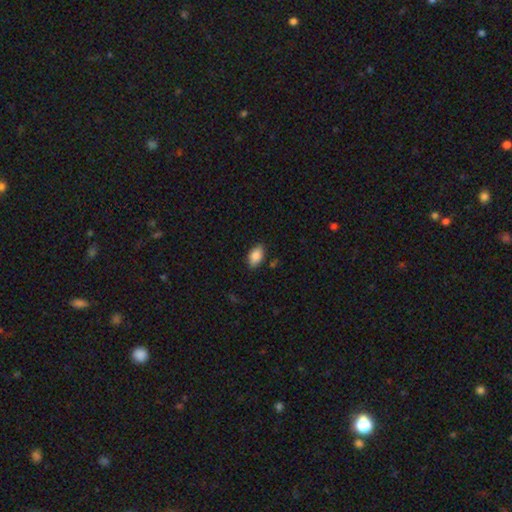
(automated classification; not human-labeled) Overall: smooth (86%). How rounded: in between (92%). Merging: none (83%).